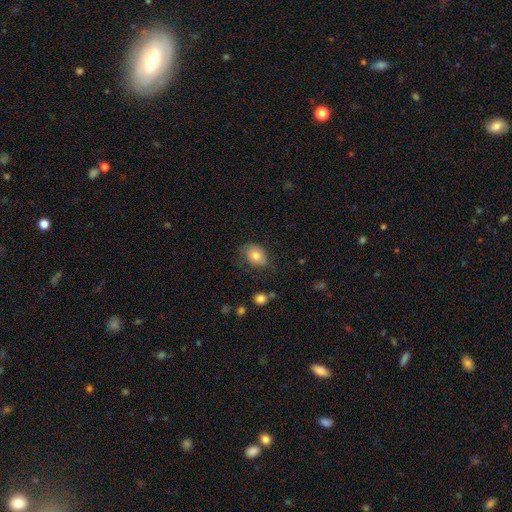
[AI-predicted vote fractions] Smooth or featured?
  - smooth: 78% *
  - featured or disk: 14%
  - star or artifact: 8%
How rounded?
  - in between: 72% *
  - round: 27%
  - cigar-shaped: 1%
Merging?
  - none: 63% *
  - minor disturbance: 27%
  - major disturbance: 8%
  - merger: 2%